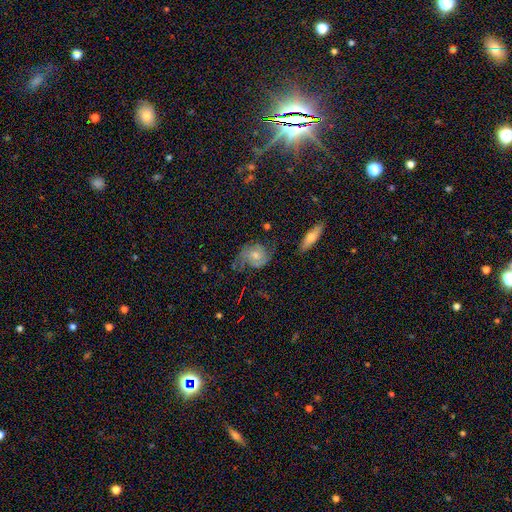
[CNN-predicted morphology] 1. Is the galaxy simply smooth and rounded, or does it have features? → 68% featured or disk, 23% smooth, 9% star or artifact.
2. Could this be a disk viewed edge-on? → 96% no, 4% yes.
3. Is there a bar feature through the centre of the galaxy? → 63% no, 31% weak, 5% strong.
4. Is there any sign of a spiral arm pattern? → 90% yes, 10% no.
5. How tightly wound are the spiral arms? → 44% medium, 34% tight, 22% loose.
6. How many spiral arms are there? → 59% 2, 19% can't tell, 9% 3, 7% 1, 3% 4, 3% more than 4.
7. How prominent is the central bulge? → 56% moderate, 32% small, 6% large, 4% none, 1% dominant.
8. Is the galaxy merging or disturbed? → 53% none, 26% minor disturbance, 18% major disturbance, 3% merger.